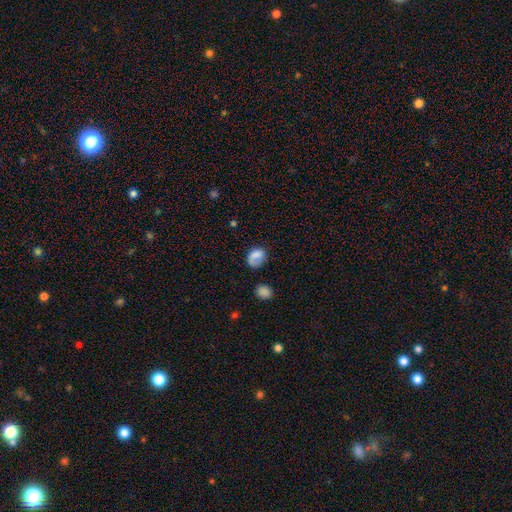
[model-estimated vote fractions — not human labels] Overall: smooth (77%). How rounded: in between (59%; round 40%). Merging: none (49%; minor disturbance 28%).